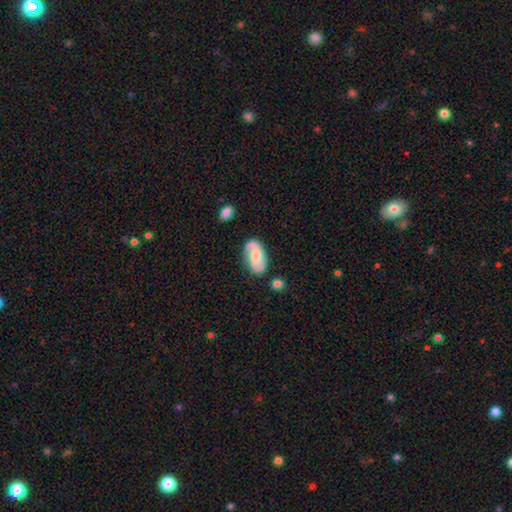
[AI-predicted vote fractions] A featured or disk galaxy (57%) with no bar (60%), spiral arms (88%) and a moderate central bulge (40%). Merging: none (61%).